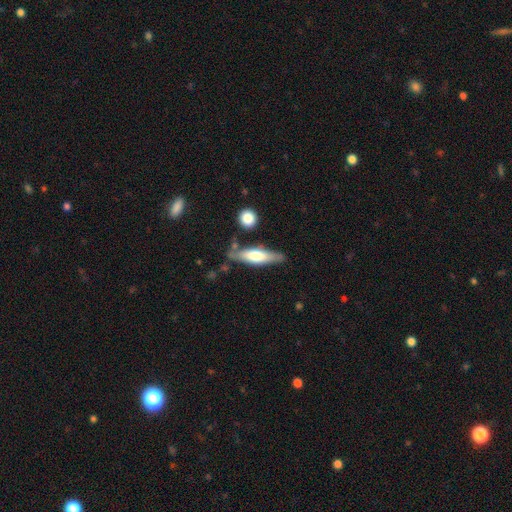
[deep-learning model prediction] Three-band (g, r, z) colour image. It shows a smooth galaxy with no disk features (49%). Merging: none (72%).